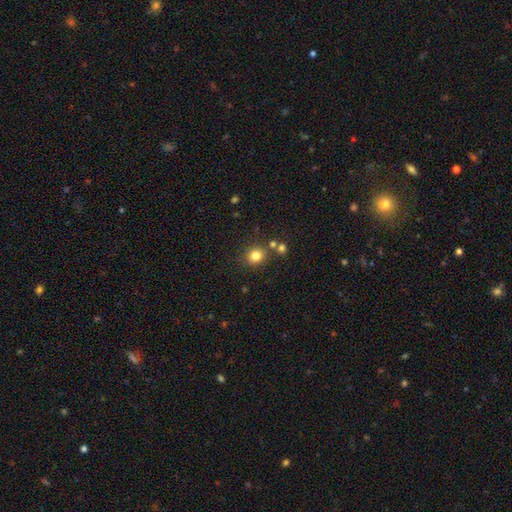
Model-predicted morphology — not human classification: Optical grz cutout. It shows a smooth galaxy with no disk features (81%) that is round (83%). Merging: none (79%).